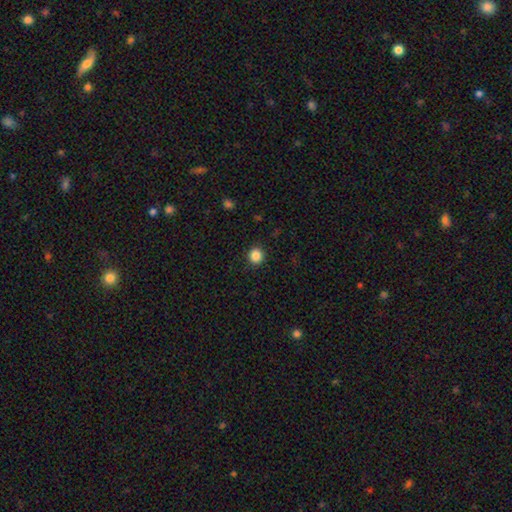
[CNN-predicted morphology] The model was most divided on "smooth or featured": smooth: 86%, star or artifact: 11%, featured or disk: 3%. More confident: merging — none (92%); how rounded — round (91%).